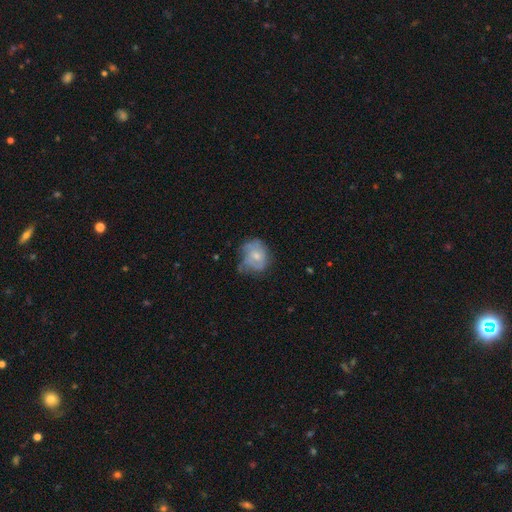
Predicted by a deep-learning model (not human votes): Q: Smooth or featured?
A: smooth (47%); runner-up: featured or disk (44%)
Q: Merging?
A: none (38%); runner-up: minor disturbance (34%)